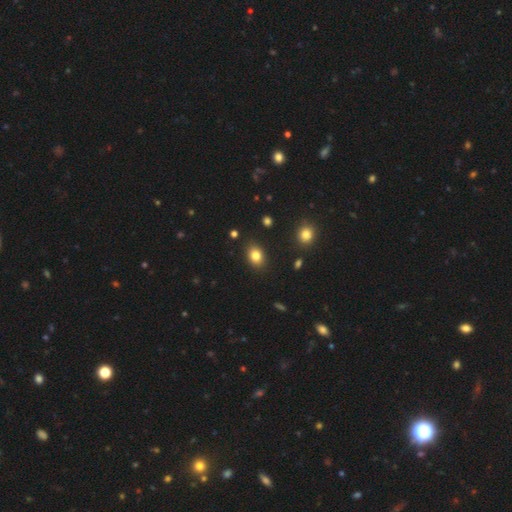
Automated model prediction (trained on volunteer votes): smooth 82%, star or artifact 10%, featured or disk 7%. Down the decision tree: how rounded — in between (68%); merging — none (87%).